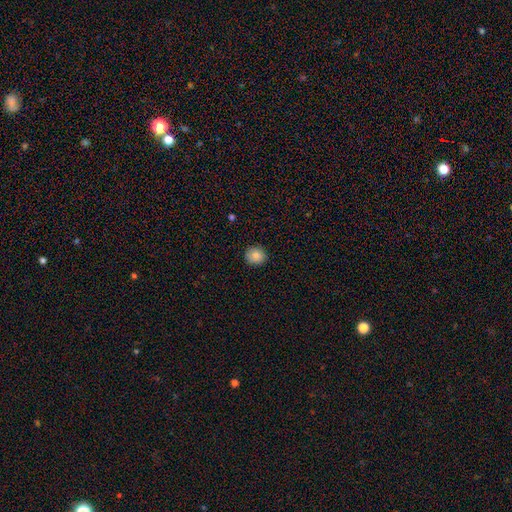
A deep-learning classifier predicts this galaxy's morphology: The model was most divided on "smooth or featured": smooth: 85%, star or artifact: 9%, featured or disk: 5%. More confident: merging — none (90%); how rounded — round (88%).